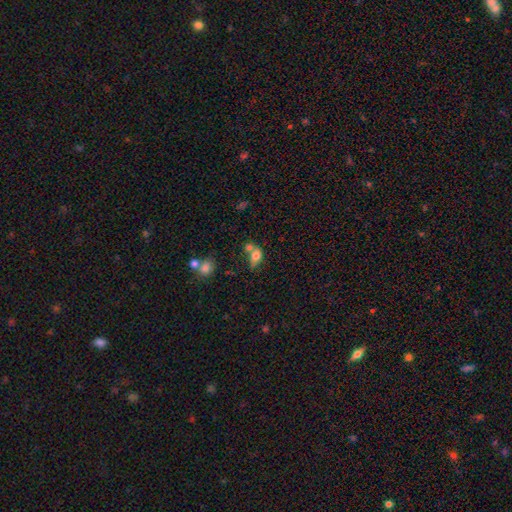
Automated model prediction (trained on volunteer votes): Smooth or featured?
  - smooth: 73% *
  - featured or disk: 16%
  - star or artifact: 11%
How rounded?
  - in between: 74% *
  - round: 23%
  - cigar-shaped: 3%
Merging?
  - merger: 44% *
  - none: 30%
  - minor disturbance: 16%
  - major disturbance: 10%